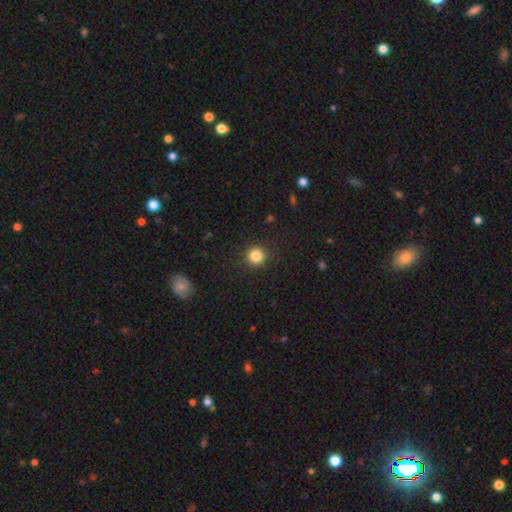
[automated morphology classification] Q: Smooth or featured?
A: smooth (84%); runner-up: star or artifact (11%)
Q: How rounded?
A: round (93%); runner-up: in between (6%)
Q: Merging?
A: none (91%); runner-up: minor disturbance (6%)